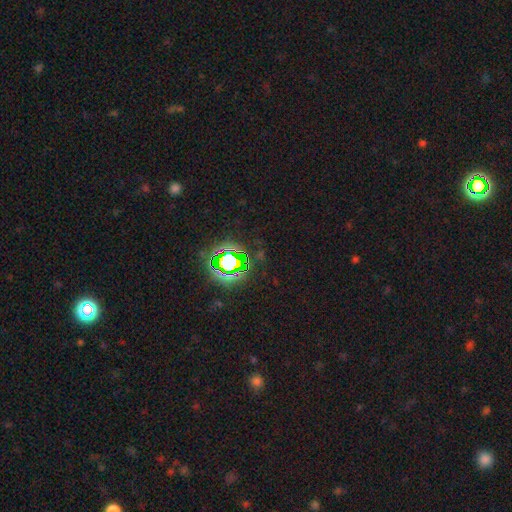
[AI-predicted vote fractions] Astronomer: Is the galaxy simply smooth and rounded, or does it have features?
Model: star or artifact — 79%.